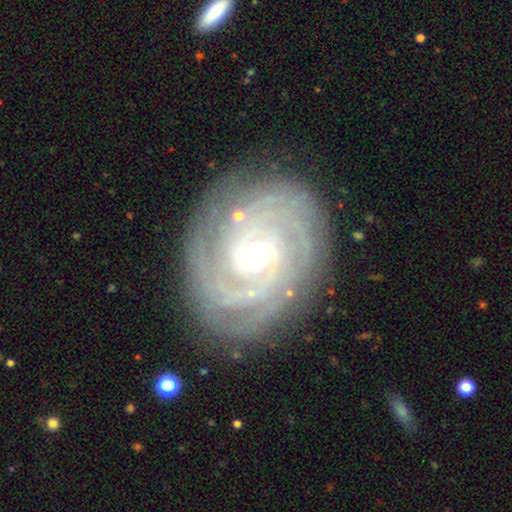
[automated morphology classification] smooth-or-featured: featured or disk: 90% | star or artifact: 6% | smooth: 5%
  disk-edge-on: no: 97% | yes: 3%
    bar: no: 54% | weak: 34% | strong: 12%
    has-spiral-arms: yes: 98% | no: 2%
      spiral-winding: tight: 80% | medium: 18% | loose: 3%
      spiral-arm-count: 3: 23% | 4: 21% | can't tell: 20% | 2: 18% | more than 4: 11% | 1: 7%
    bulge-size: small: 58% | moderate: 38% | large: 2% | none: 1% | dominant: 1%
  merging: none: 82% | minor disturbance: 12% | major disturbance: 4% | merger: 1%